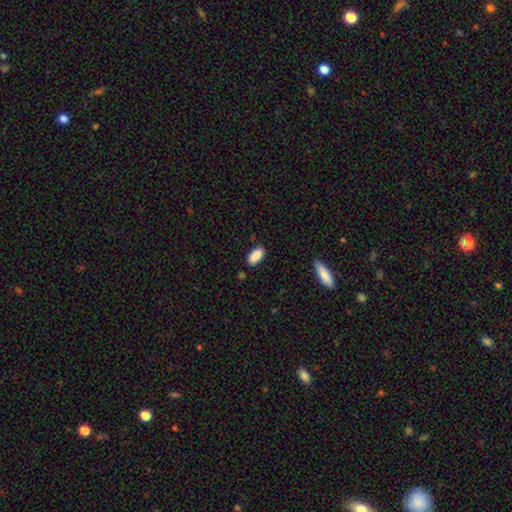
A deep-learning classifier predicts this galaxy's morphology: smooth 89%, star or artifact 7%, featured or disk 4%. Down the decision tree: how rounded — in between (82%); merging — none (85%).